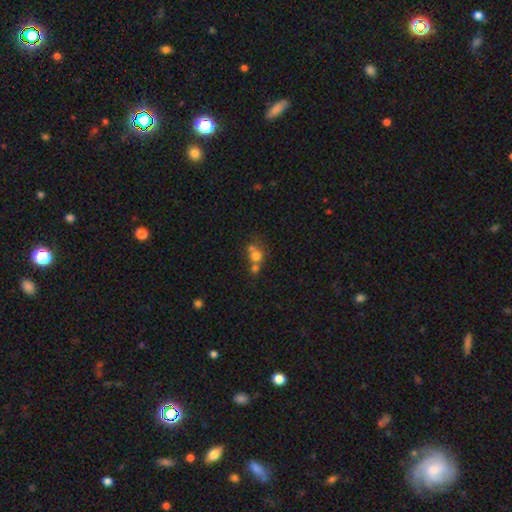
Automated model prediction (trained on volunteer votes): A smooth galaxy with no disk features (66%) that is round (75%).

Vote fractions:
- Smooth or featured? smooth: 66% / featured or disk: 19% / star or artifact: 15%
- How rounded? round: 75% / in between: 24% / cigar-shaped: 1%
- Merging? merger: 55% / none: 31% / minor disturbance: 8% / major disturbance: 5%